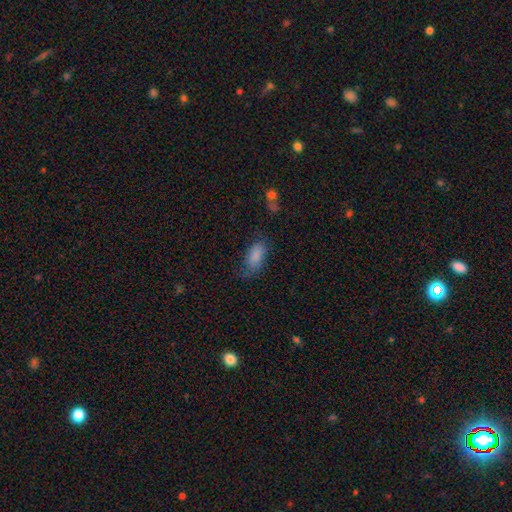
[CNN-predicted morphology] smooth 80%, featured or disk 12%, star or artifact 8%. Down the decision tree: how rounded — in between (91%); merging — none (51%).